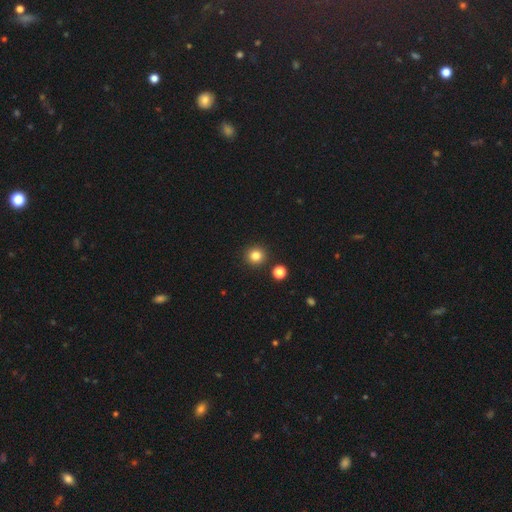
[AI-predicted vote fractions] smooth_or_featured: smooth (p=0.82) [alt: star or artifact p=0.13]
how_rounded: round (p=0.93) [alt: in between p=0.06]
merging: none (p=0.90) [alt: minor disturbance p=0.05]